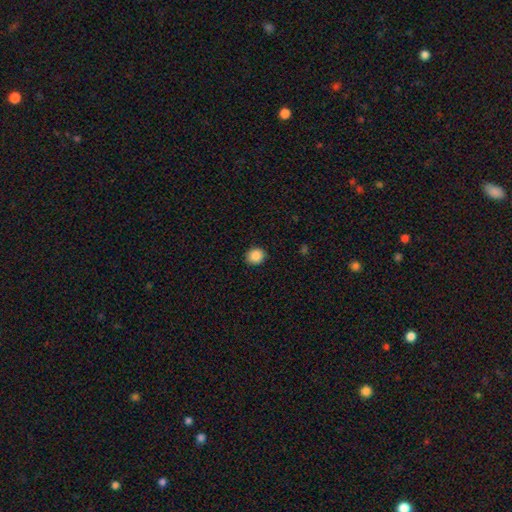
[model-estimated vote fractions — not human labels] smooth 88%, star or artifact 9%, featured or disk 3%. Down the decision tree: how rounded — round (83%); merging — none (90%).